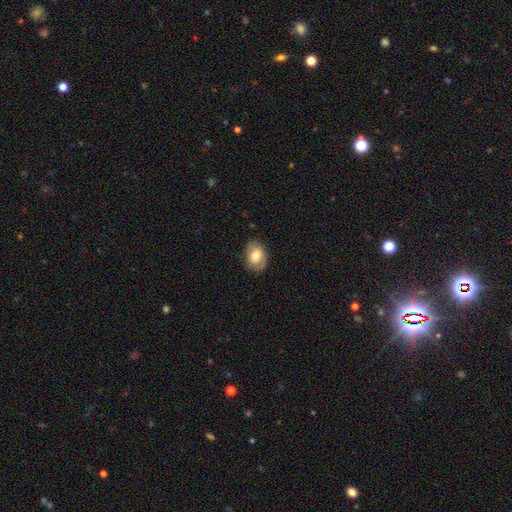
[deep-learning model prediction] smooth 64%, featured or disk 28%, star or artifact 8%. Down the decision tree: how rounded — in between (73%); merging — none (79%).